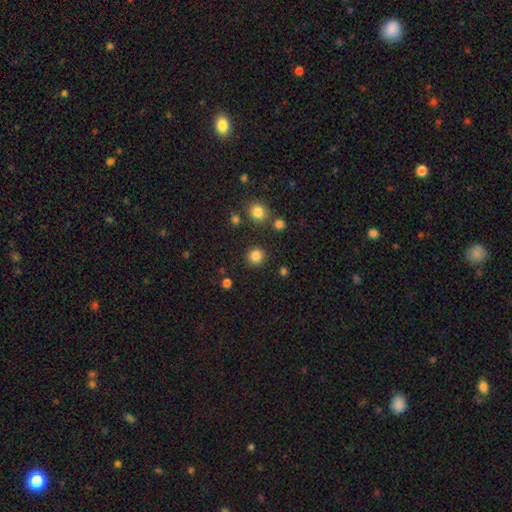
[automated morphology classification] The model was most divided on "smooth or featured": smooth: 84%, star or artifact: 12%, featured or disk: 4%. More confident: how rounded — round (94%); merging — none (90%).